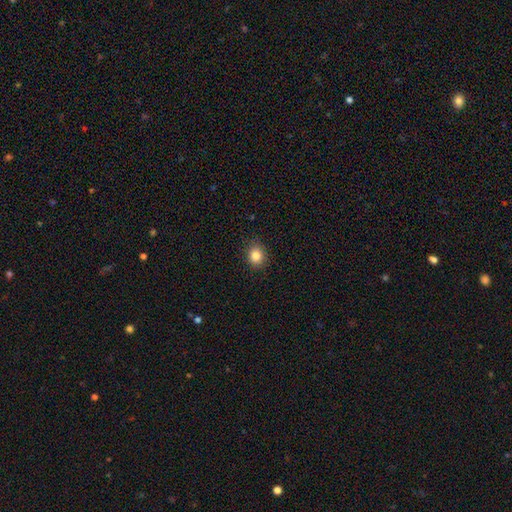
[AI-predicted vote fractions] smooth_or_featured: smooth (p=0.85) [alt: star or artifact p=0.10]
how_rounded: round (p=0.70) [alt: in between p=0.29]
merging: none (p=0.87) [alt: minor disturbance p=0.10]